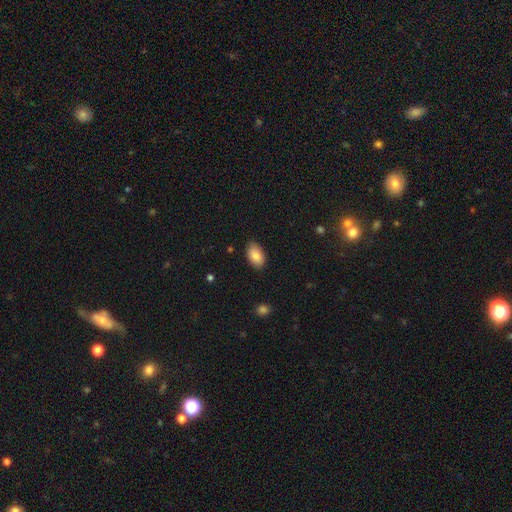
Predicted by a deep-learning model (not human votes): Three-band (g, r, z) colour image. It shows a smooth galaxy with no disk features (86%) that is in between round and cigar-shaped (93%). Merging: none (84%).